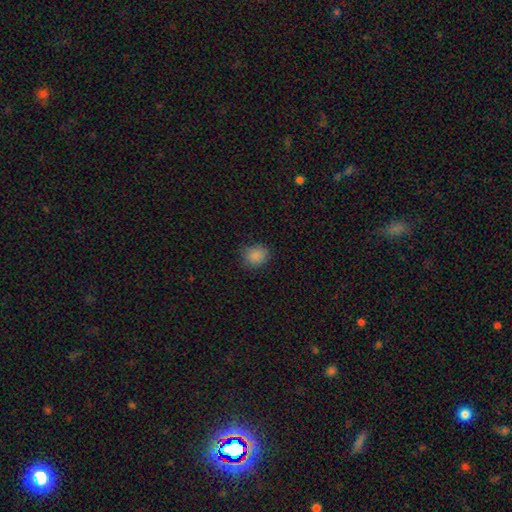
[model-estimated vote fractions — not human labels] Smooth or featured? smooth (86%)
How rounded? round (61%)
Merging? none (81%)